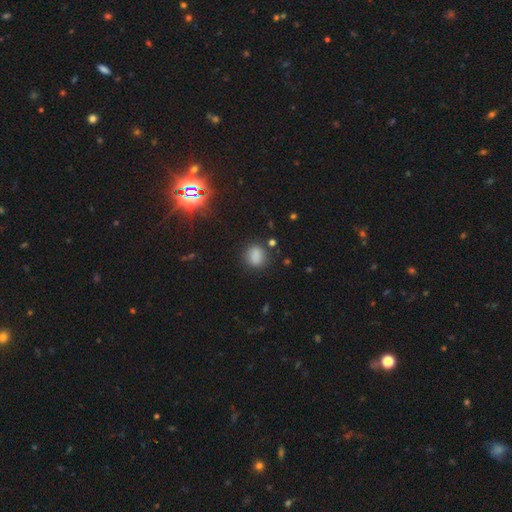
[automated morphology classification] Smooth or featured? smooth (83%)
How rounded? round (60%)
Merging? none (79%)